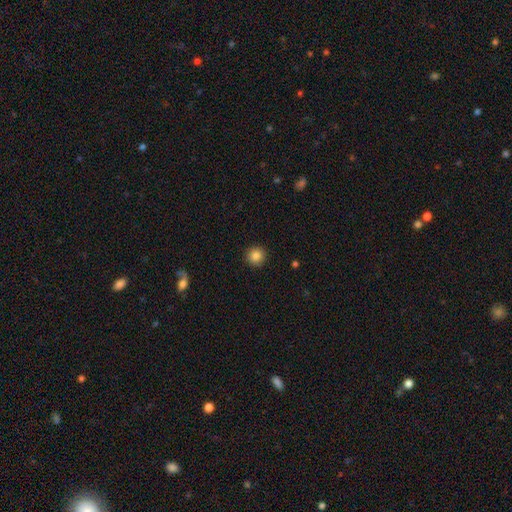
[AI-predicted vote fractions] Morphology: type=smooth (85%); roundness=round (94%); merging=none (92%).